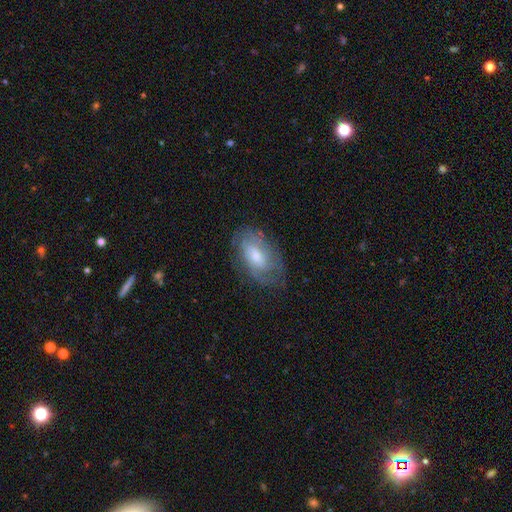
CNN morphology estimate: Smooth or featured? Predicted: featured or disk (p=0.58). Edge-on disk? Predicted: no (p=0.94). Bar? Predicted: no (p=0.59). Spiral arms? Predicted: yes (p=0.77). Bulge size? Predicted: moderate (p=0.53). Merging? Predicted: none (p=0.70).